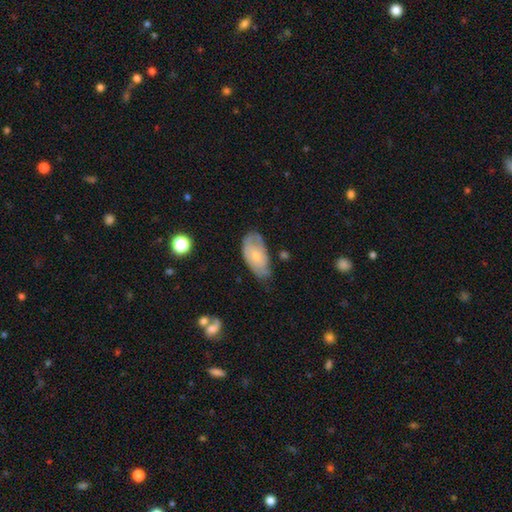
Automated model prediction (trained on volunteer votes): Smooth or featured? smooth (49%)
Merging? none (48%)